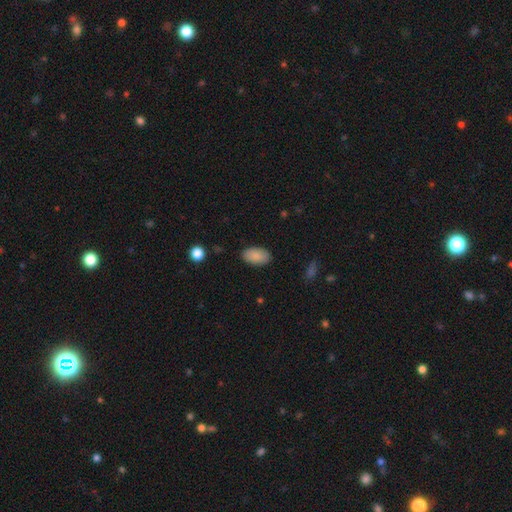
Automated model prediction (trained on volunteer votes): This appears to be a smooth galaxy with no disk features (88%) that is in between round and cigar-shaped (94%). Merging: none (86%).